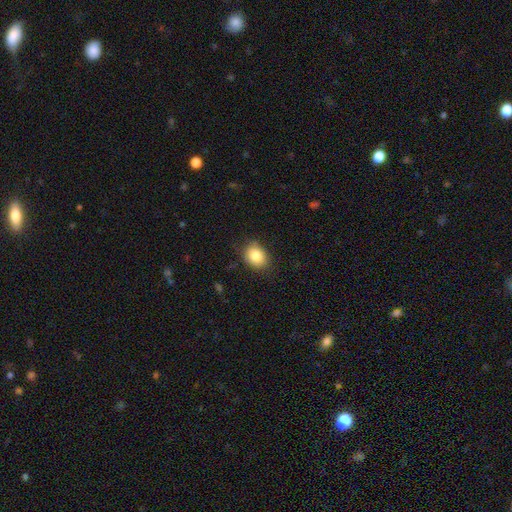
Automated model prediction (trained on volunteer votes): Smooth or featured? smooth (84%)
How rounded? round (50%)
Merging? none (81%)